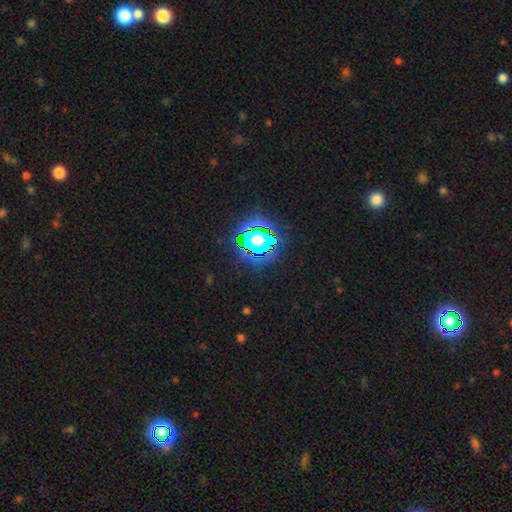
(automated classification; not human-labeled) smooth_or_featured: star or artifact (p=0.82) [alt: smooth p=0.12]